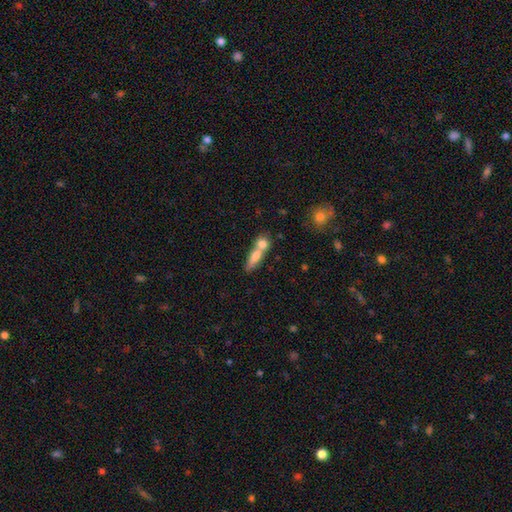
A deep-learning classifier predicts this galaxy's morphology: smooth-or-featured: smooth: 71% | featured or disk: 21% | star or artifact: 8%
  how-rounded: in between: 46% | cigar-shaped: 43% | round: 11%
  merging: merger: 60% | none: 28% | minor disturbance: 8% | major disturbance: 4%